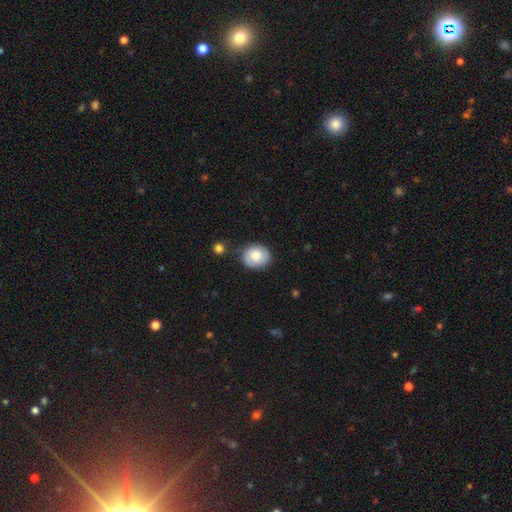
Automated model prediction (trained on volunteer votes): This appears to be a smooth galaxy with no disk features (76%) that is round (62%). Merging: none (75%).